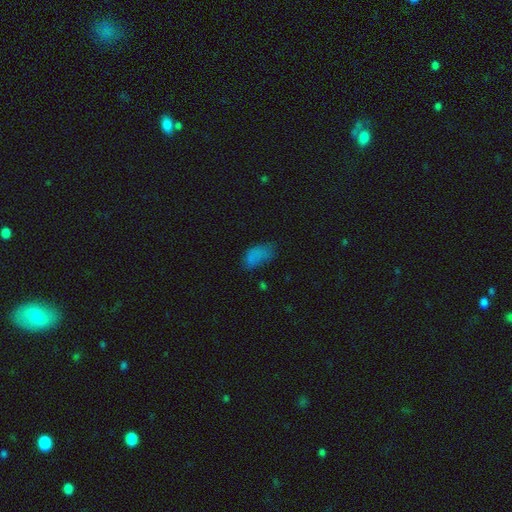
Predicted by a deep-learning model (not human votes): Morphology: type=smooth (72%); roundness=in between (91%); merging=none (39%).